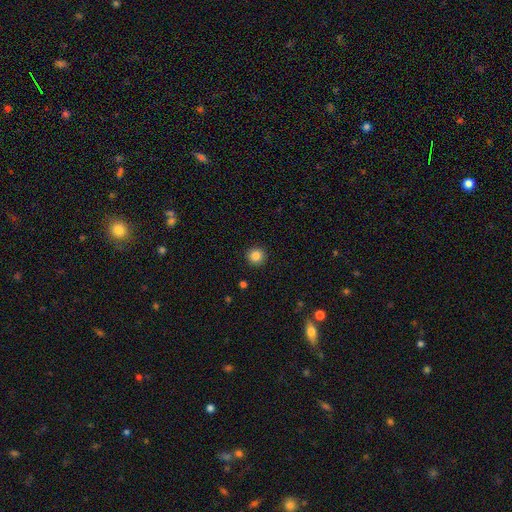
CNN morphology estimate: The model was most divided on "smooth or featured": smooth: 85%, star or artifact: 11%, featured or disk: 4%. More confident: how rounded — round (95%); merging — none (93%).